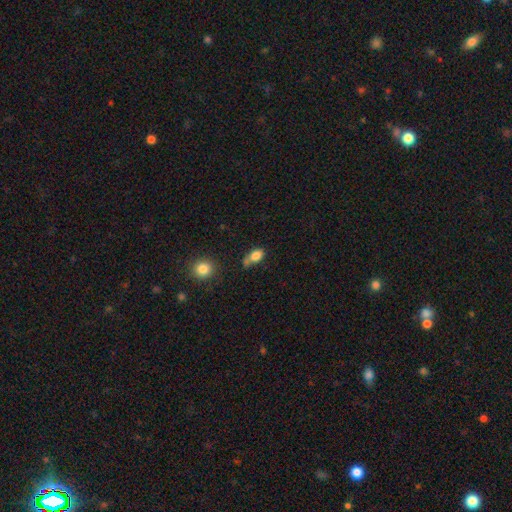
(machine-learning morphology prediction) smooth-or-featured: smooth: 81% | star or artifact: 10% | featured or disk: 9%
  how-rounded: in between: 82% | round: 15% | cigar-shaped: 3%
  merging: none: 43% | minor disturbance: 27% | merger: 20% | major disturbance: 10%